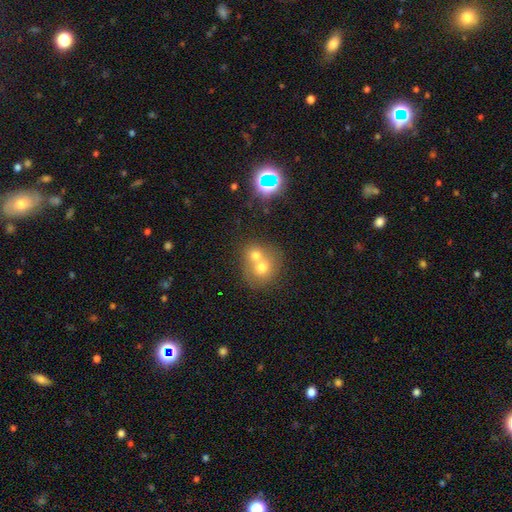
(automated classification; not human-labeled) A smooth galaxy with no disk features (64%) that is round (74%).

Vote fractions:
- Smooth or featured? smooth: 64% / featured or disk: 23% / star or artifact: 13%
- How rounded? round: 74% / in between: 25% / cigar-shaped: 1%
- Merging? merger: 66% / none: 26% / minor disturbance: 5% / major disturbance: 3%